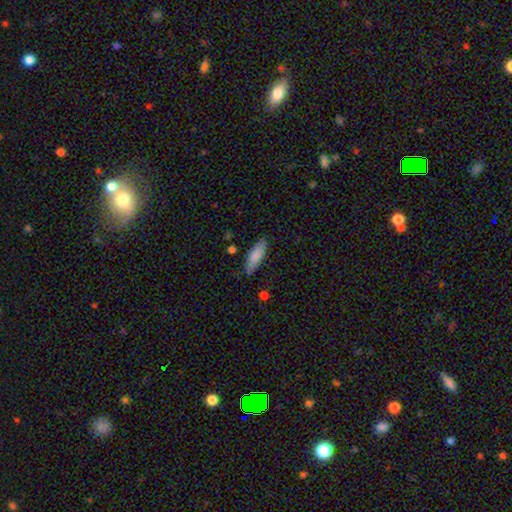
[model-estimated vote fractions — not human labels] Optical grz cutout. It shows a smooth galaxy with no disk features (83%) that is in between round and cigar-shaped (52%). Merging: none (81%).